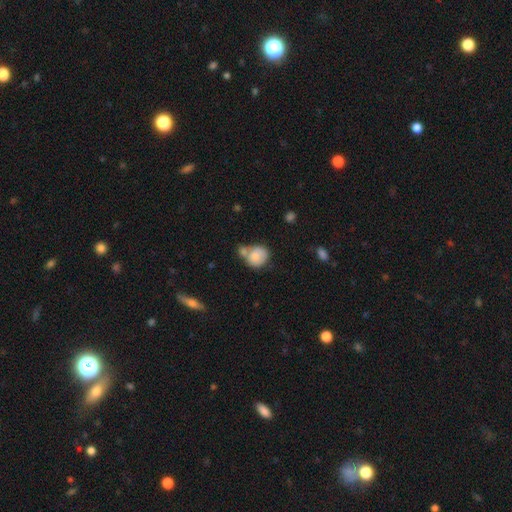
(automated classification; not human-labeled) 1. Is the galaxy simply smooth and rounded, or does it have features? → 79% smooth, 14% featured or disk, 8% star or artifact.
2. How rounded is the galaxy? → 73% round, 26% in between, 1% cigar-shaped.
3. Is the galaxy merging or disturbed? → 42% merger, 37% none, 16% minor disturbance, 6% major disturbance.